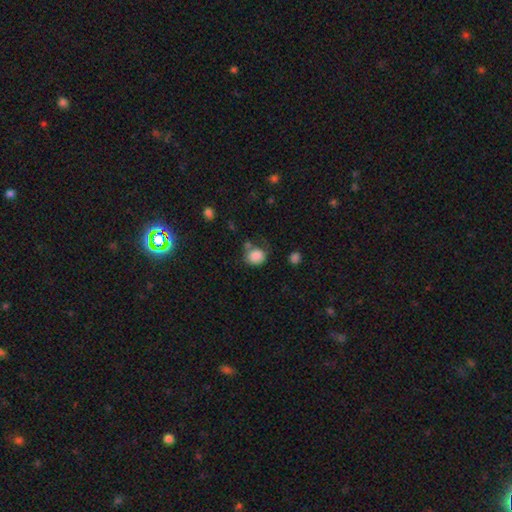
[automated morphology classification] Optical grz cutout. It shows a smooth galaxy with no disk features (85%) that is round (70%). Merging: none (62%).